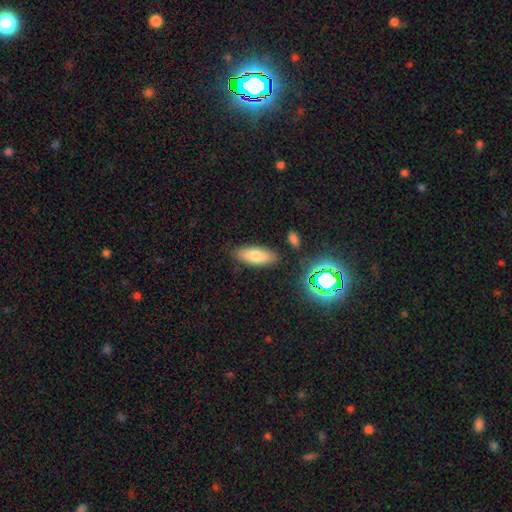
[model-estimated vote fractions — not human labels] Smooth or featured? Predicted: smooth (p=0.74). How rounded? Predicted: in between (p=0.72). Merging? Predicted: none (p=0.84).